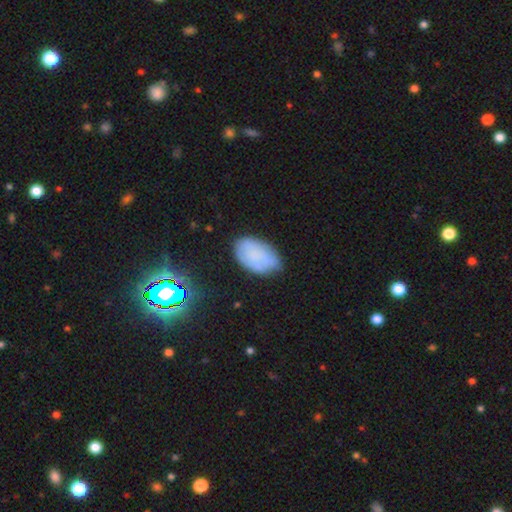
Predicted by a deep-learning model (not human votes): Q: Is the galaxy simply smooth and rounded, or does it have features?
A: smooth — 69%.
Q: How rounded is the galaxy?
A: in between — 92%.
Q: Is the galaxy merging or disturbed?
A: none — 68%.